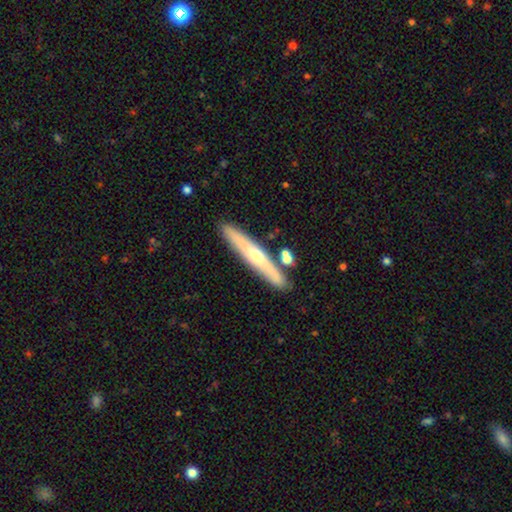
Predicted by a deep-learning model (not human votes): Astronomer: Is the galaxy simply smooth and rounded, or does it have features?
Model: featured or disk — 57% (runner-up: smooth, 37%).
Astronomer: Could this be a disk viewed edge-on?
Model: yes — 91%.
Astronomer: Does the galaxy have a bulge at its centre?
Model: rounded — 84%.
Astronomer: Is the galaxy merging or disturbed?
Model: none — 84%.